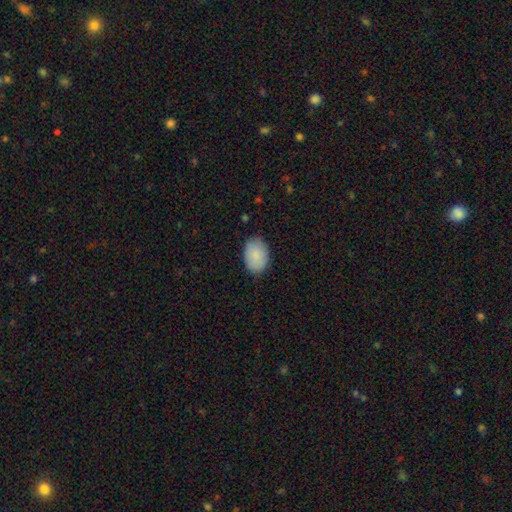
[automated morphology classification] Smooth or featured?
  - smooth: 89% *
  - star or artifact: 6%
  - featured or disk: 5%
How rounded?
  - in between: 86% *
  - round: 13%
  - cigar-shaped: 1%
Merging?
  - none: 84% *
  - minor disturbance: 13%
  - major disturbance: 2%
  - merger: 1%